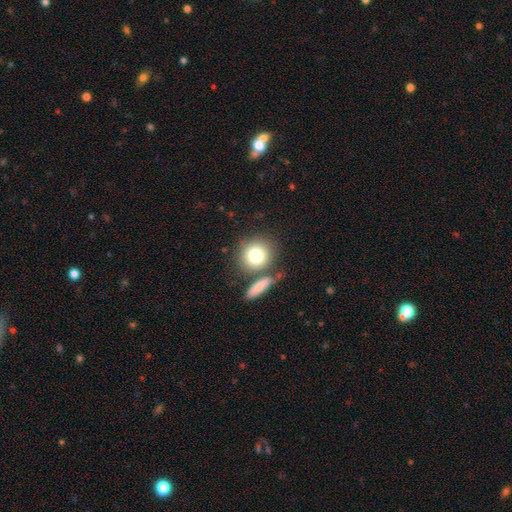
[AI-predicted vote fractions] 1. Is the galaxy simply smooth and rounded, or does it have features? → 80% smooth, 12% featured or disk, 8% star or artifact.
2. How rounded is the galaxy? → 84% round, 14% in between, 2% cigar-shaped.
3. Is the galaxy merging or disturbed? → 65% none, 20% merger, 11% minor disturbance, 4% major disturbance.